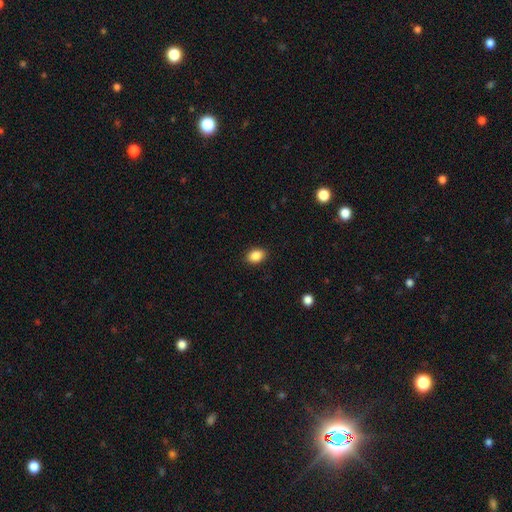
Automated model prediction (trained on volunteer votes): Smooth or featured?
  - smooth: 88% *
  - star or artifact: 9%
  - featured or disk: 4%
How rounded?
  - in between: 77% *
  - round: 22%
  - cigar-shaped: 1%
Merging?
  - none: 89% *
  - minor disturbance: 8%
  - major disturbance: 2%
  - merger: 1%